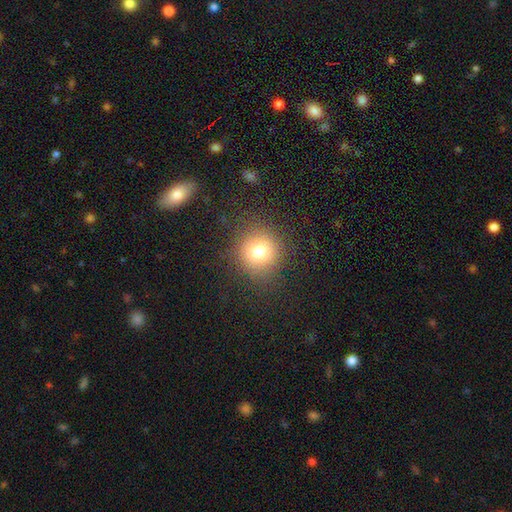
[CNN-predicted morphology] smooth-or-featured: smooth: 77% | star or artifact: 14% | featured or disk: 10%
  how-rounded: round: 91% | in between: 8% | cigar-shaped: 1%
  merging: none: 86% | minor disturbance: 8% | major disturbance: 4% | merger: 1%